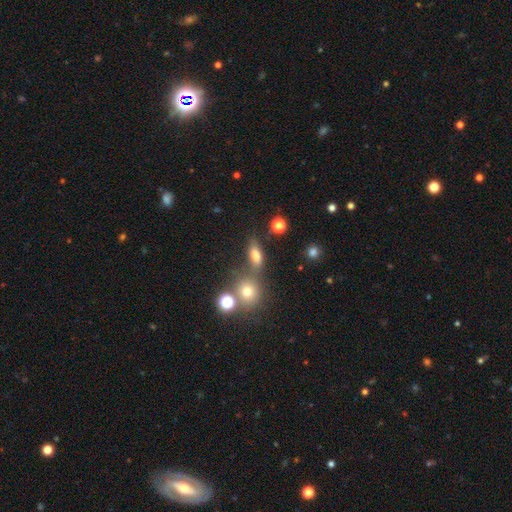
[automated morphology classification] The model was most divided on "merging": none: 57%, merger: 23%, minor disturbance: 14%, major disturbance: 7%. More confident: smooth or featured — smooth (69%); how rounded — in between (67%).